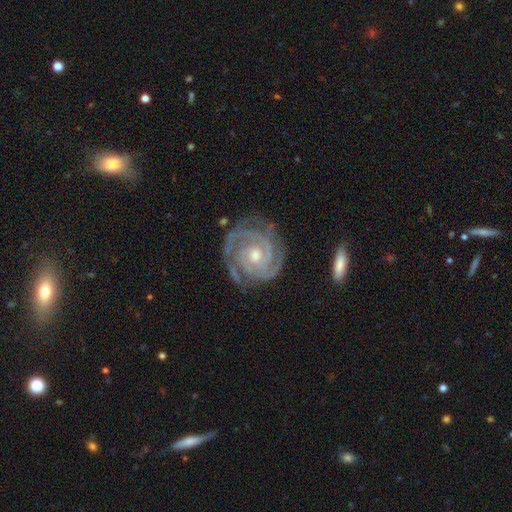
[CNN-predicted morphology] smooth-or-featured: featured or disk: 92% | star or artifact: 4% | smooth: 4%
  disk-edge-on: no: 98% | yes: 2%
    bar: no: 68% | weak: 24% | strong: 8%
    has-spiral-arms: yes: 98% | no: 2%
      spiral-winding: tight: 80% | medium: 18% | loose: 2%
      spiral-arm-count: 2: 41% | 3: 31% | can't tell: 11% | 4: 8% | more than 4: 5% | 1: 5%
    bulge-size: moderate: 61% | small: 33% | large: 3% | none: 1% | dominant: 1%
  merging: none: 75% | minor disturbance: 17% | major disturbance: 6% | merger: 2%